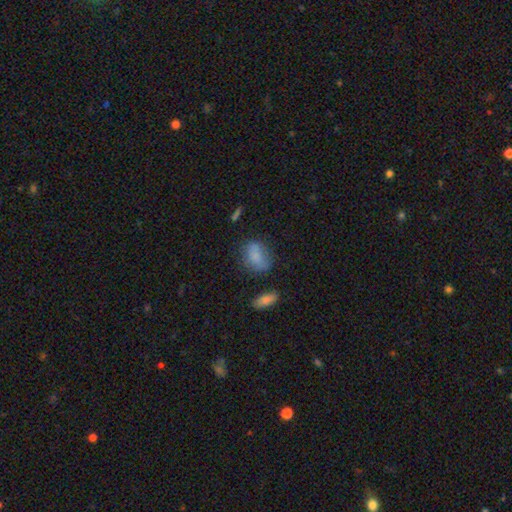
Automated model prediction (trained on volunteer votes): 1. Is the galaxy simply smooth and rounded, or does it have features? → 77% smooth, 13% featured or disk, 10% star or artifact.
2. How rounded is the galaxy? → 76% in between, 22% round, 2% cigar-shaped.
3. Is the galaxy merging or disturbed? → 54% none, 29% minor disturbance, 12% major disturbance, 6% merger.